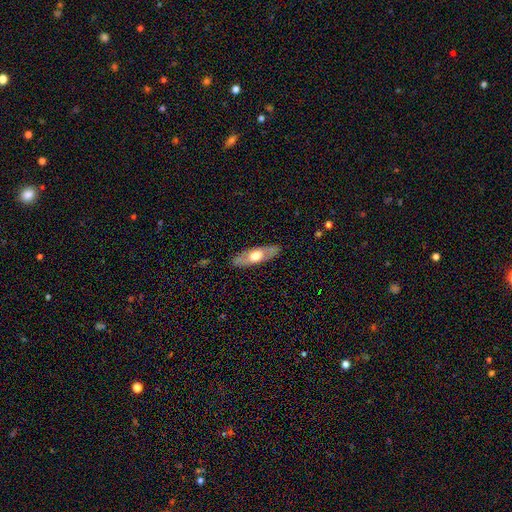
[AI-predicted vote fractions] The model was most divided on "smooth or featured": featured or disk: 48%, smooth: 47%, star or artifact: 5%. More confident: merging — none (87%).